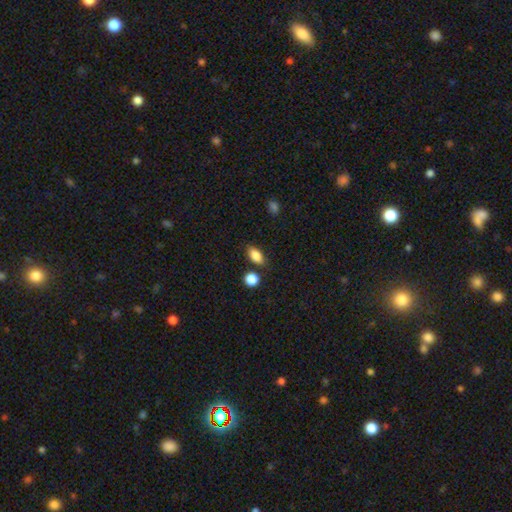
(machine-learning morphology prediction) Q: Smooth or featured?
A: smooth (86%); runner-up: star or artifact (8%)
Q: How rounded?
A: in between (85%); runner-up: round (9%)
Q: Merging?
A: none (80%); runner-up: minor disturbance (11%)